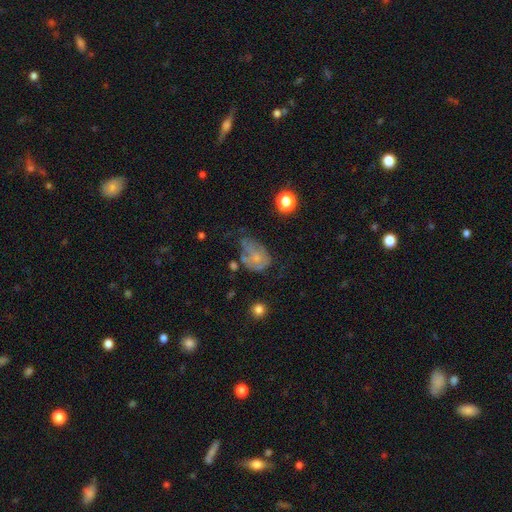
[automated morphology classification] Smooth or featured?
  - smooth: 51% *
  - featured or disk: 38%
  - star or artifact: 11%
How rounded?
  - in between: 69% *
  - round: 30%
  - cigar-shaped: 1%
Merging?
  - major disturbance: 35% *
  - minor disturbance: 33%
  - none: 25%
  - merger: 7%